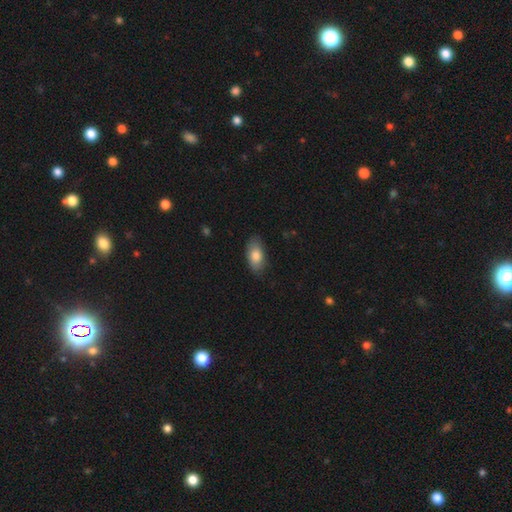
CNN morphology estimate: The model was most divided on "merging": none: 80%, minor disturbance: 16%, major disturbance: 3%, merger: 1%. More confident: how rounded — in between (92%); smooth or featured — smooth (81%).